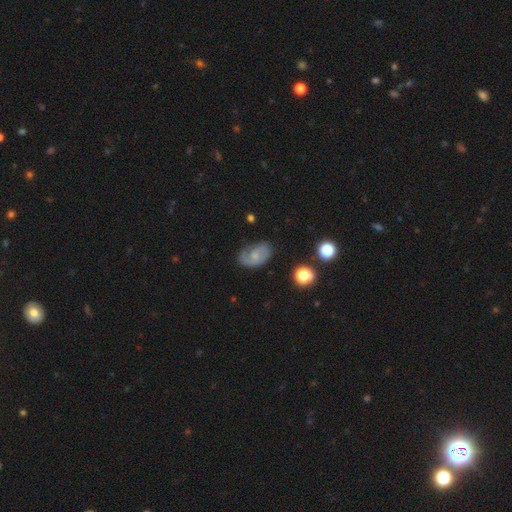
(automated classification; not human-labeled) This is likely a featured or disk galaxy (61%). It is clearly not viewed edge-on (97%). Bar: likely no (68%). Spiral arm pattern: clearly yes (85%). Spiral arm count: possibly 2 (48%). Spiral winding: marginally medium (41%). Central bulge: possibly small (59%). Merging: possibly none (59%).